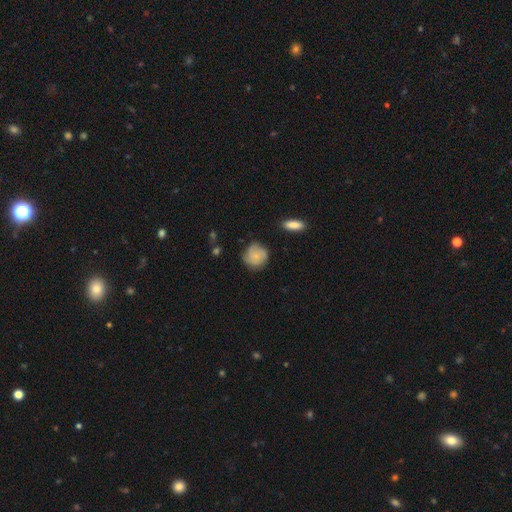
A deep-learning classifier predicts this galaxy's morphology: Smooth or featured? Predicted: smooth (p=0.67). How rounded? Predicted: round (p=0.85). Merging? Predicted: none (p=0.68).